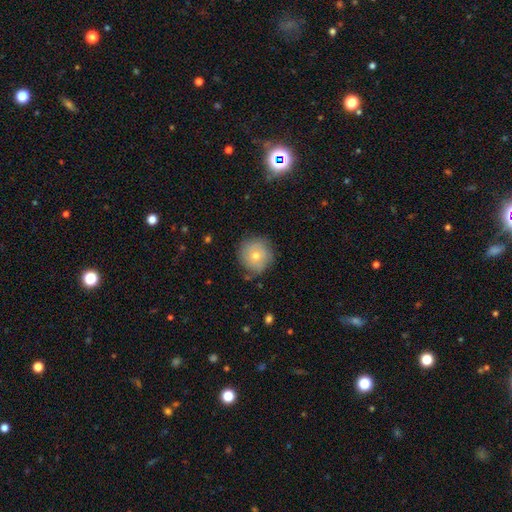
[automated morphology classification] A smooth galaxy with no disk features (57%) that is round (94%). Merging: none (80%).